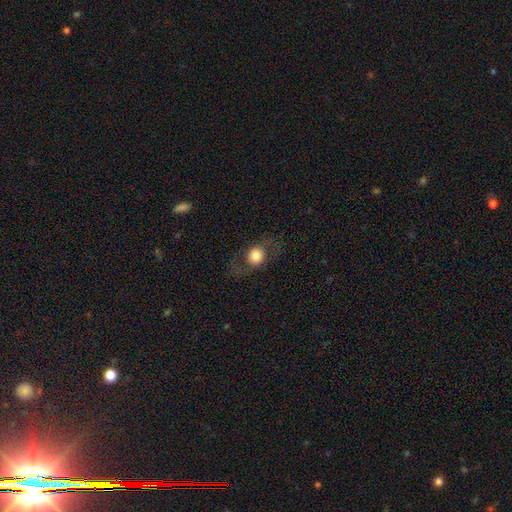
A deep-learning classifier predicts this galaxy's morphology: This appears to be a smooth galaxy with no disk features (60%) that is round (69%). Merging: none (76%).